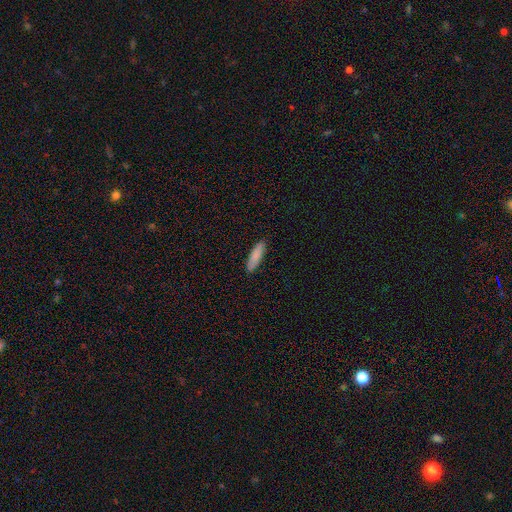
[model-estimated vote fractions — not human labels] smooth-or-featured: smooth: 86% | featured or disk: 8% | star or artifact: 6%
  how-rounded: cigar-shaped: 62% | in between: 36% | round: 1%
  merging: none: 88% | minor disturbance: 9% | major disturbance: 2% | merger: 1%